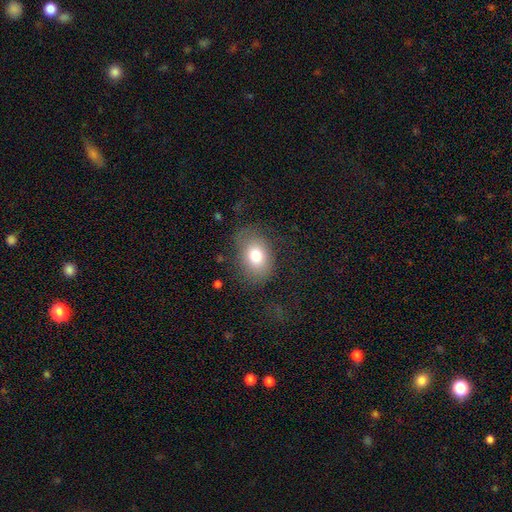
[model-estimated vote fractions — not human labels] This is likely a smooth galaxy (76%). How rounded: likely in between (69%). Merging: likely none (73%).